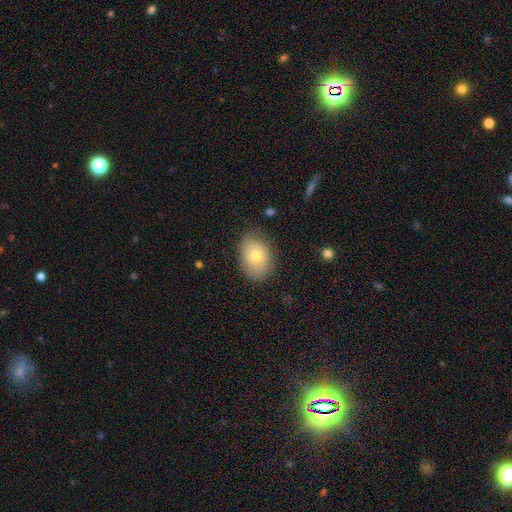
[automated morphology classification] The model was most divided on "smooth or featured": smooth: 69%, featured or disk: 22%, star or artifact: 8%. More confident: how rounded — in between (76%); merging — none (75%).